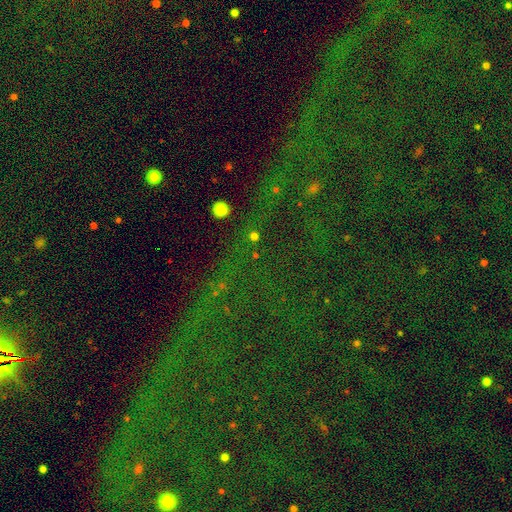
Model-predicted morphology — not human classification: type=star or artifact (71%).